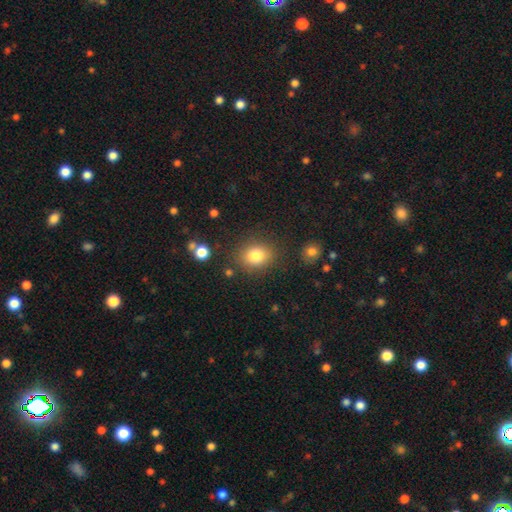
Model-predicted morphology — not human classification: Smooth or featured? smooth (82%)
How rounded? round (64%)
Merging? none (82%)